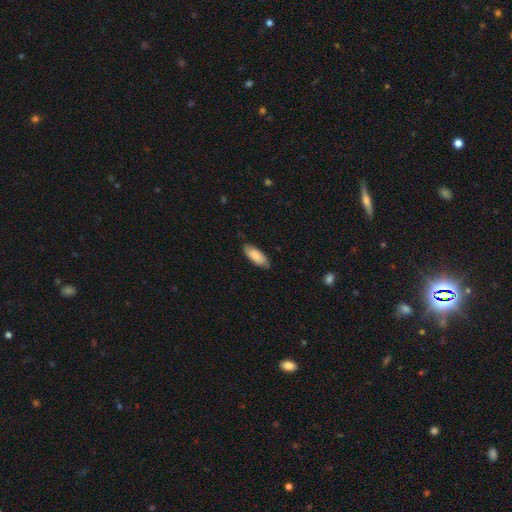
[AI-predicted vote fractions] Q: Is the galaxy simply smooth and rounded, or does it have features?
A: smooth — 82%.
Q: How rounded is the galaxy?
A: in between — 76%.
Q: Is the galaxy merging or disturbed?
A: none — 80%.